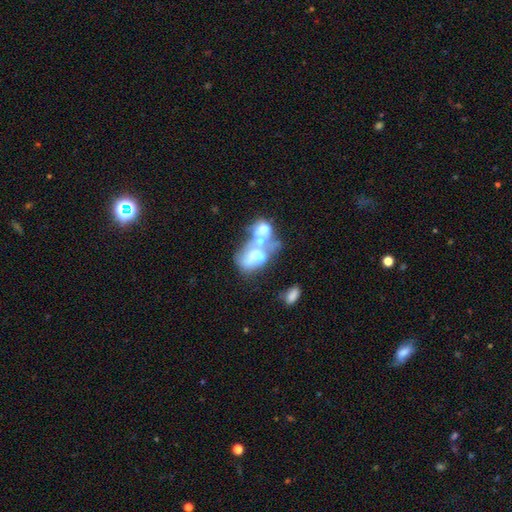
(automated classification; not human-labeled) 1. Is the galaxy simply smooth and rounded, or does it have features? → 52% featured or disk, 36% smooth, 12% star or artifact.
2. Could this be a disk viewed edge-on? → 97% no, 3% yes.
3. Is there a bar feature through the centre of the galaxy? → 90% no, 7% weak, 3% strong.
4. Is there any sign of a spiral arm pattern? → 92% no, 8% yes.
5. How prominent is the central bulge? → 42% none, 29% moderate, 13% small, 13% large, 4% dominant.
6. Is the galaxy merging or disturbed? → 70% merger, 15% major disturbance, 9% none, 6% minor disturbance.